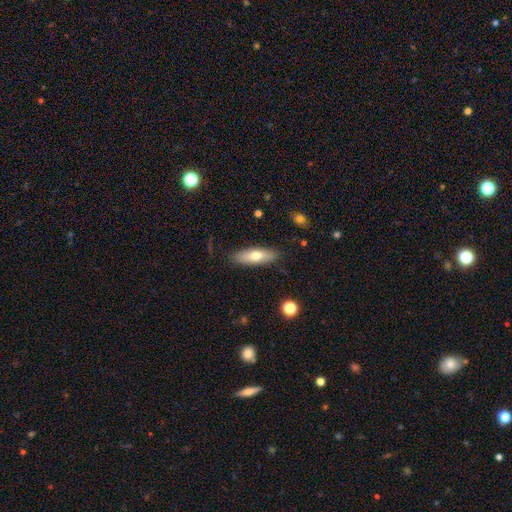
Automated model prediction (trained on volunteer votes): Smooth or featured: smooth — 65% (featured or disk — 28%)
How rounded: cigar-shaped — 50% (in between — 48%)
Merging: none — 85% (minor disturbance — 11%)